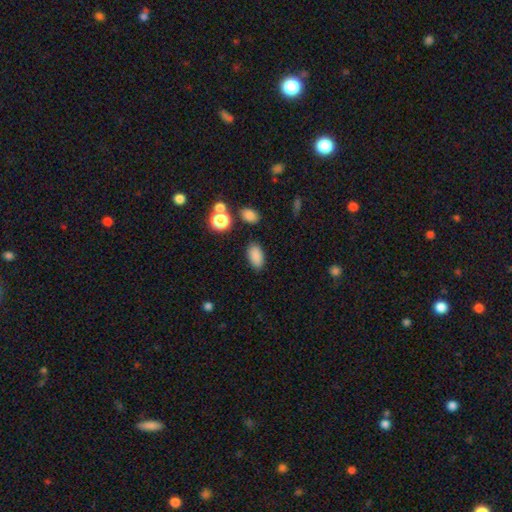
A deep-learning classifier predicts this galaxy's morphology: smooth-or-featured: smooth: 85% | star or artifact: 10% | featured or disk: 5%
  how-rounded: in between: 92% | round: 5% | cigar-shaped: 3%
  merging: none: 84% | minor disturbance: 9% | merger: 3% | major disturbance: 3%